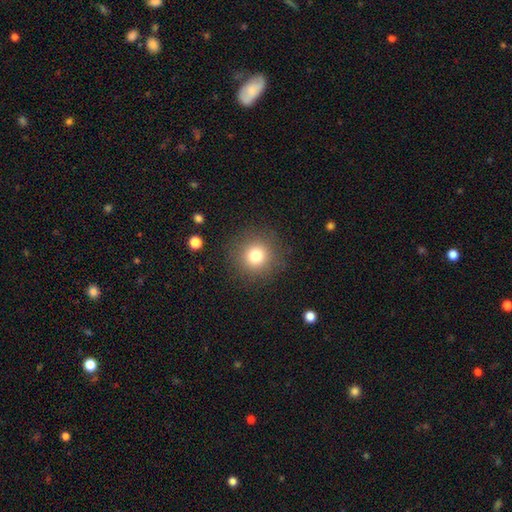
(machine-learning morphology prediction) The model was most divided on "smooth or featured": smooth: 77%, star or artifact: 14%, featured or disk: 9%. More confident: how rounded — round (95%); merging — none (89%).